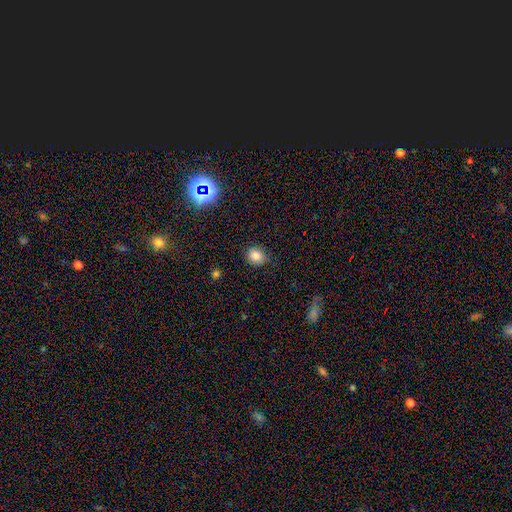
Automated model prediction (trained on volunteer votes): This appears to be a smooth galaxy with no disk features (82%) that is round (64%). Merging: none (83%).